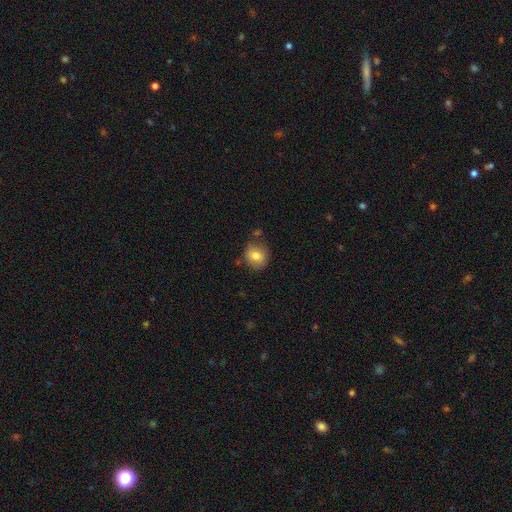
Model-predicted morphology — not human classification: smooth-or-featured: smooth: 80% | featured or disk: 11% | star or artifact: 9%
  how-rounded: round: 76% | in between: 23% | cigar-shaped: 1%
  merging: none: 74% | minor disturbance: 17% | merger: 5% | major disturbance: 4%